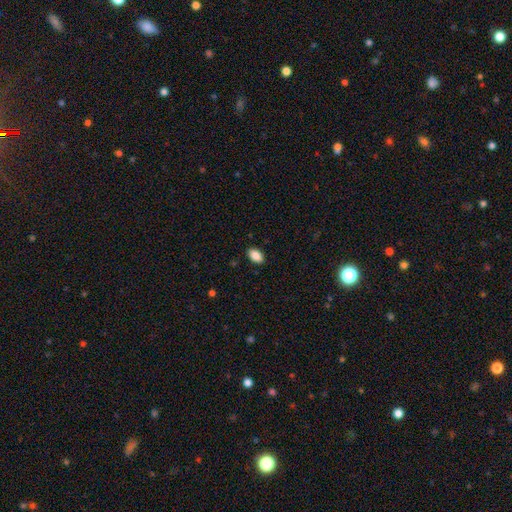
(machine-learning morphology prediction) Overall: smooth (88%). How rounded: in between (91%). Merging: none (89%).